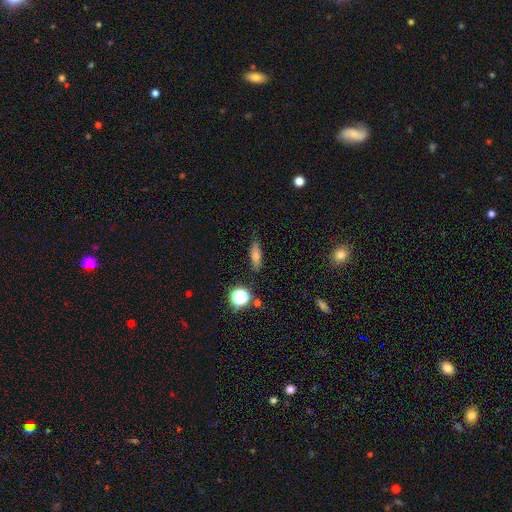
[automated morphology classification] Q: Smooth or featured?
A: smooth (68%); runner-up: featured or disk (19%)
Q: How rounded?
A: cigar-shaped (47%); runner-up: in between (46%)
Q: Merging?
A: none (81%); runner-up: minor disturbance (14%)